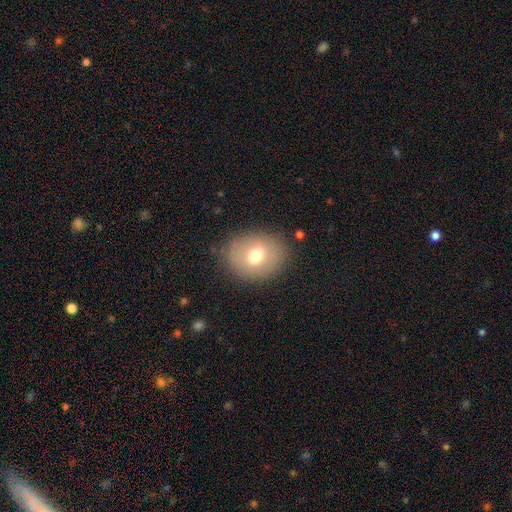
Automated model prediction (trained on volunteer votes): Morphology: type=smooth (68%); roundness=round (50%); merging=none (82%).